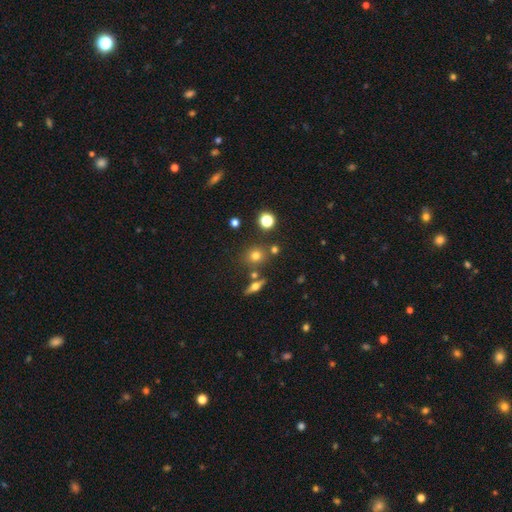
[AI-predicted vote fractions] smooth-or-featured: smooth: 70% | star or artifact: 16% | featured or disk: 14%
  how-rounded: round: 83% | in between: 15% | cigar-shaped: 2%
  merging: none: 76% | merger: 11% | minor disturbance: 10% | major disturbance: 3%